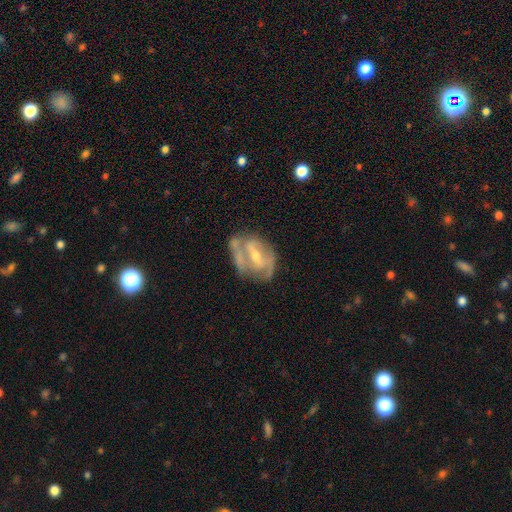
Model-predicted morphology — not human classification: Q: Smooth or featured?
A: featured or disk (77%); runner-up: smooth (15%)
Q: Edge-on disk?
A: no (94%); runner-up: yes (6%)
Q: Bar?
A: weak (39%); runner-up: strong (36%)
Q: Spiral arms?
A: yes (69%); runner-up: no (31%)
Q: Spiral winding?
A: medium (42%); runner-up: tight (36%)
Q: Spiral arm count?
A: 2 (56%); runner-up: can't tell (27%)
Q: Bulge size?
A: small (52%); runner-up: moderate (42%)
Q: Merging?
A: none (46%); runner-up: minor disturbance (24%)